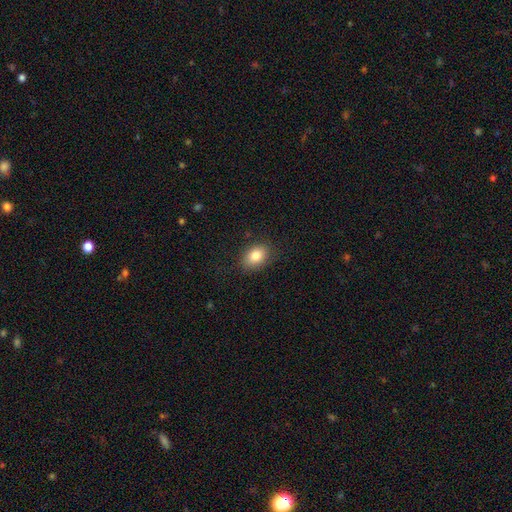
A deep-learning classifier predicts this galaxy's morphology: A smooth galaxy with no disk features (82%) that is in between round and cigar-shaped (79%).

Vote fractions:
- Smooth or featured? smooth: 82% / featured or disk: 9% / star or artifact: 9%
- How rounded? in between: 79% / round: 20% / cigar-shaped: 1%
- Merging? none: 84% / minor disturbance: 12% / major disturbance: 3% / merger: 1%